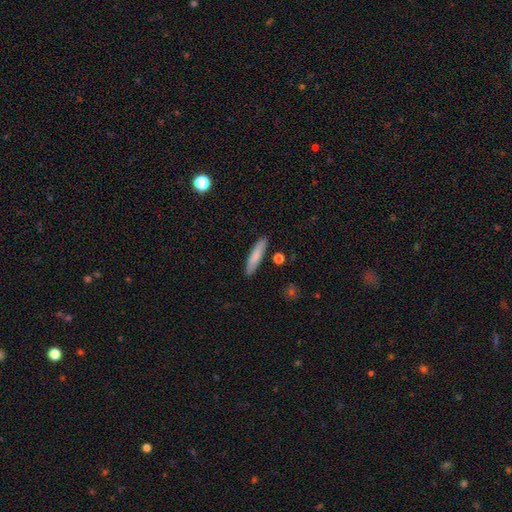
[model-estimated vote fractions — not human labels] smooth 78%, featured or disk 15%, star or artifact 6%. Down the decision tree: how rounded — cigar-shaped (84%); merging — none (88%).